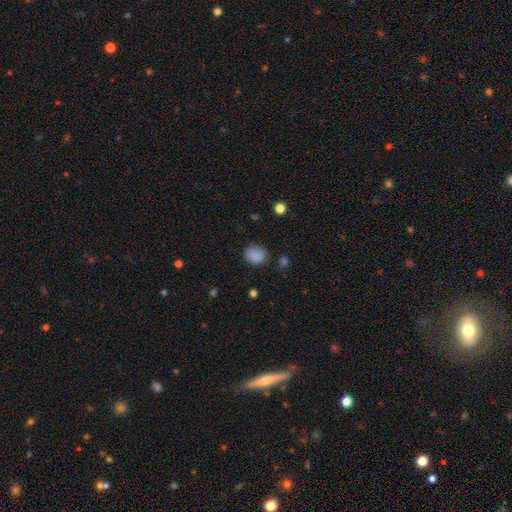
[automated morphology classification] This is clearly a smooth galaxy (86%). How rounded: possibly round (59%). Merging: likely none (75%).